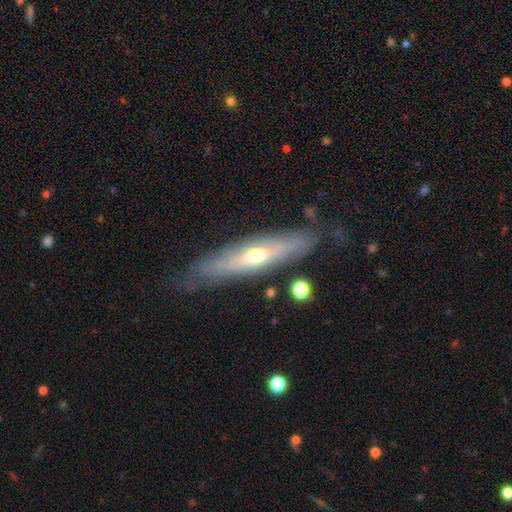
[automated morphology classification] featured or disk 65%, smooth 28%, star or artifact 6%. Down the decision tree: edge-on disk — yes (61%); merging — none (75%).